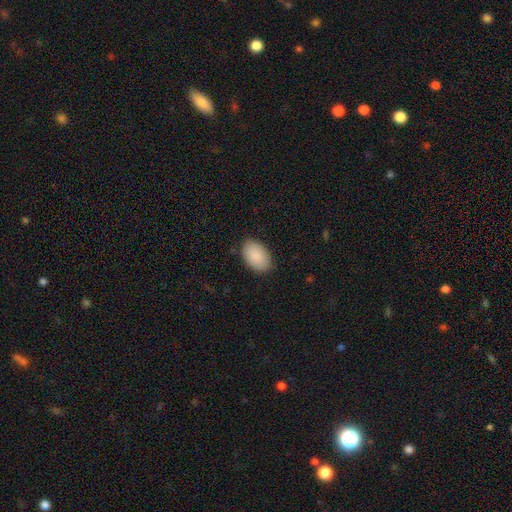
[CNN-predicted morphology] Smooth or featured: smooth — 89% (star or artifact — 6%)
How rounded: in between — 92% (round — 7%)
Merging: none — 85% (minor disturbance — 11%)